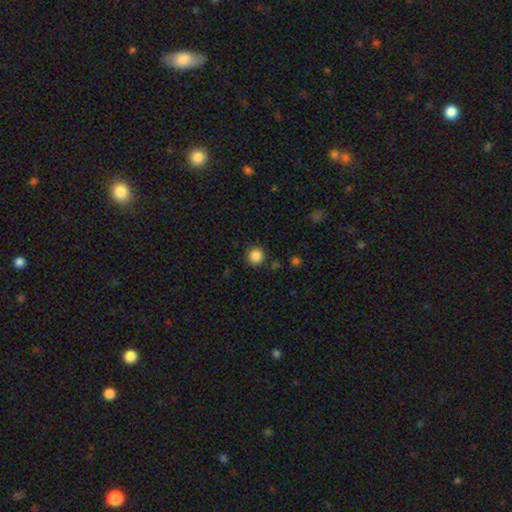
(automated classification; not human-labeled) Smooth or featured?
  - smooth: 86% *
  - star or artifact: 10%
  - featured or disk: 4%
How rounded?
  - round: 93% *
  - in between: 6%
  - cigar-shaped: 1%
Merging?
  - none: 89% *
  - minor disturbance: 7%
  - major disturbance: 2%
  - merger: 2%